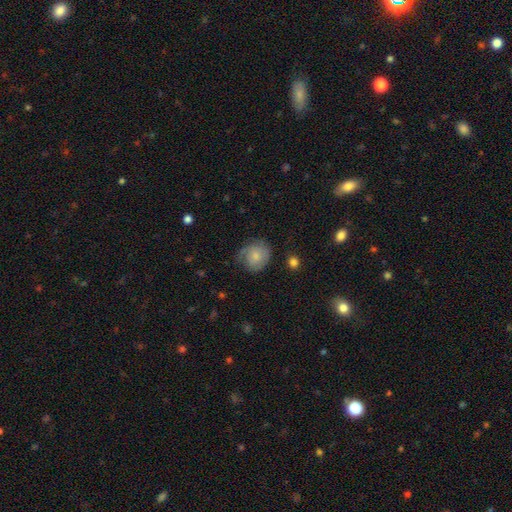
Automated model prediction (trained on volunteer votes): A smooth galaxy with no disk features (58%) that is round (71%). Merging: none (56%).